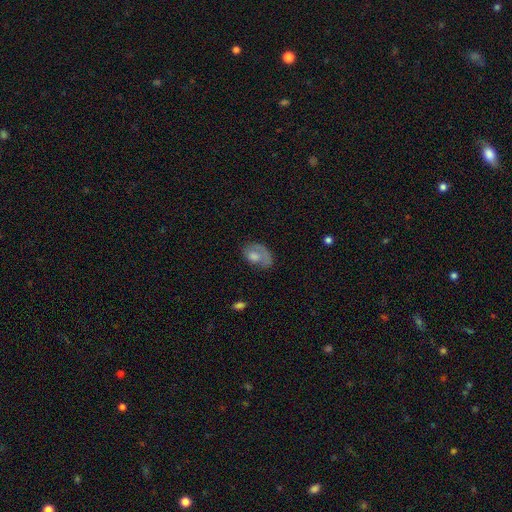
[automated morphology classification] Smooth or featured?
  - smooth: 60% *
  - featured or disk: 32%
  - star or artifact: 8%
How rounded?
  - in between: 84% *
  - round: 15%
  - cigar-shaped: 2%
Merging?
  - none: 37% *
  - major disturbance: 33%
  - minor disturbance: 25%
  - merger: 5%